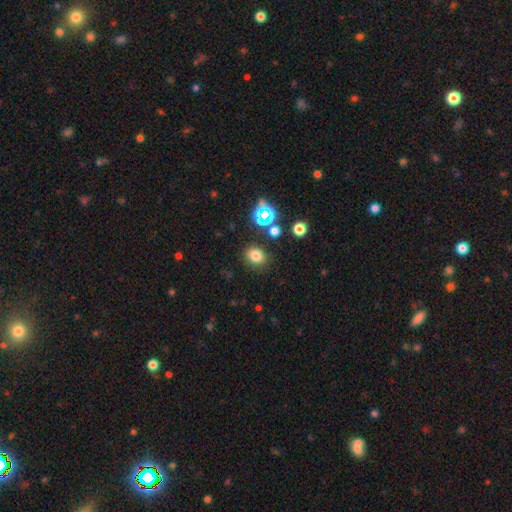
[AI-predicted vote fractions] Smooth or featured? Predicted: smooth (p=0.75). How rounded? Predicted: round (p=0.58). Merging? Predicted: none (p=0.83).